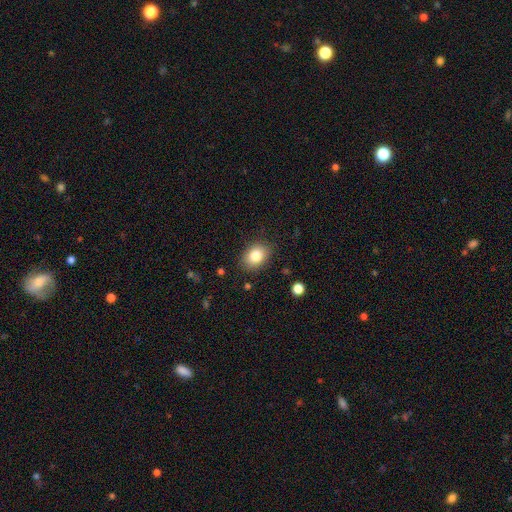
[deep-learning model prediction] smooth-or-featured: smooth: 83% | star or artifact: 9% | featured or disk: 8%
  how-rounded: in between: 66% | round: 33% | cigar-shaped: 1%
  merging: none: 85% | minor disturbance: 11% | major disturbance: 3% | merger: 1%